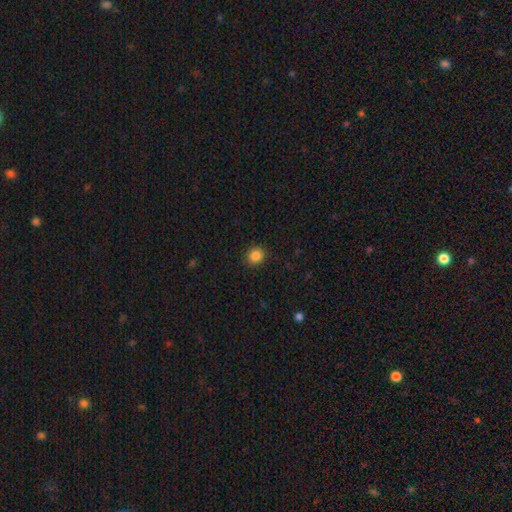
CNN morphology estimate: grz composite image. It shows a smooth galaxy with no disk features (86%) that is round (79%). Merging: none (90%).